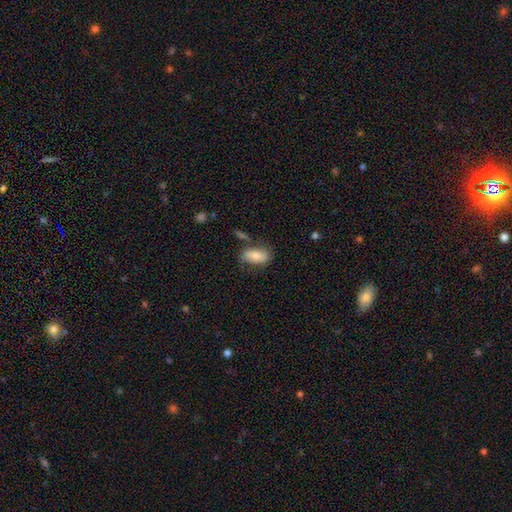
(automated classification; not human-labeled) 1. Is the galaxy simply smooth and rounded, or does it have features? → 65% smooth, 27% featured or disk, 7% star or artifact.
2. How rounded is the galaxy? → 89% in between, 6% cigar-shaped, 5% round.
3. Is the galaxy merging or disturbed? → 67% none, 21% minor disturbance, 6% merger, 6% major disturbance.